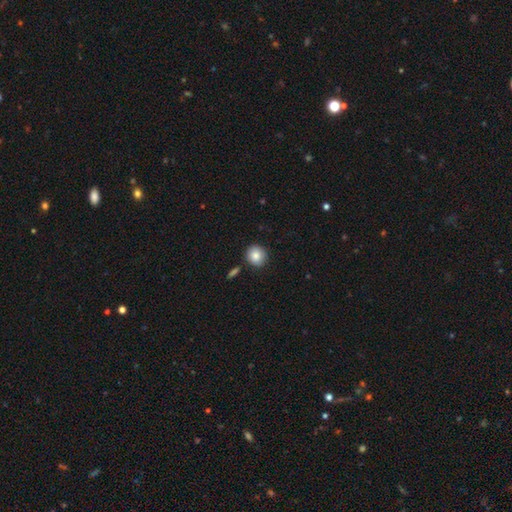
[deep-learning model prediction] Smooth or featured? Predicted: smooth (p=0.85). How rounded? Predicted: round (p=0.88). Merging? Predicted: none (p=0.85).